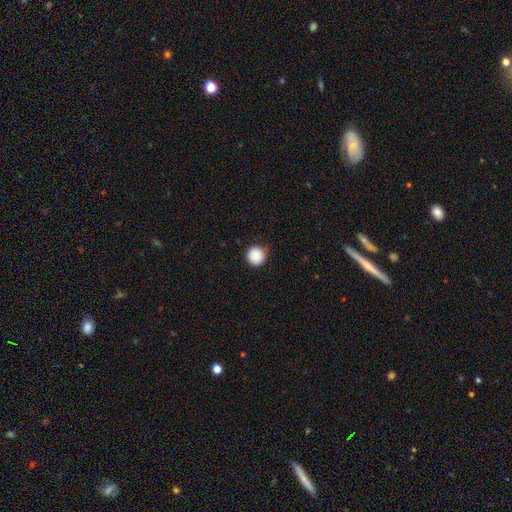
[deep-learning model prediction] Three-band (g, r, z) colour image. It shows a smooth galaxy with no disk features (88%) that is round (96%). Merging: none (90%).